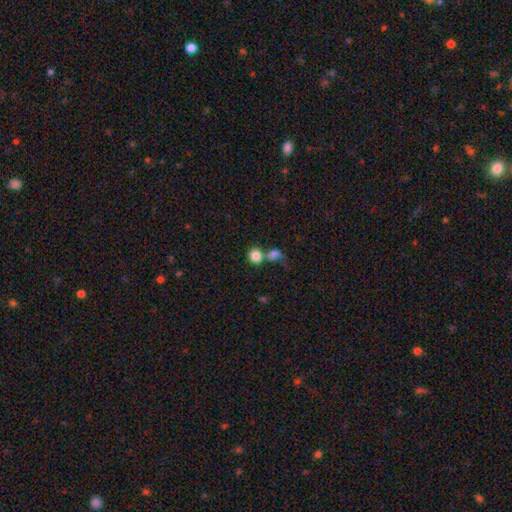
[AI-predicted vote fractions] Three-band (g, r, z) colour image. It shows a smooth galaxy with no disk features (84%) that is round (82%). Merging: merger (47%).